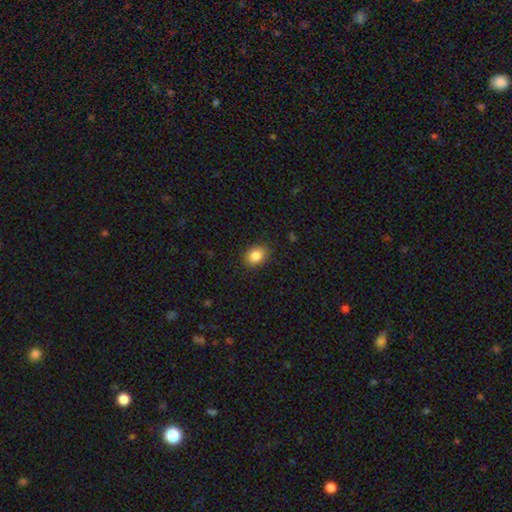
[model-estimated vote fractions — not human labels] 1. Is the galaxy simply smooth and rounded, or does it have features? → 86% smooth, 9% star or artifact, 5% featured or disk.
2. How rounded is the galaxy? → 50% round, 49% in between, 1% cigar-shaped.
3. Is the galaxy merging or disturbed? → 87% none, 9% minor disturbance, 2% major disturbance, 1% merger.